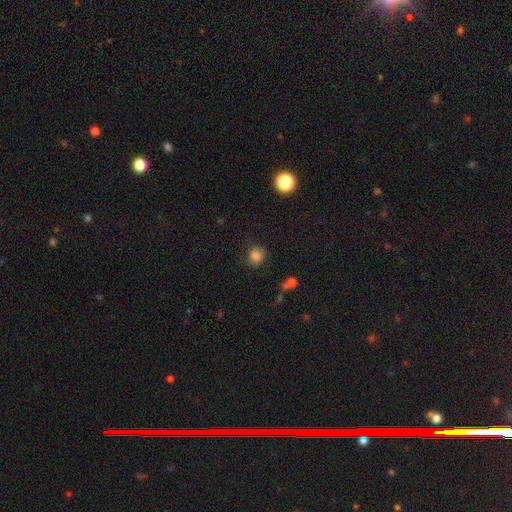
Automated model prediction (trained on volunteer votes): Smooth or featured? Predicted: smooth (p=0.83). How rounded? Predicted: round (p=0.82). Merging? Predicted: none (p=0.76).